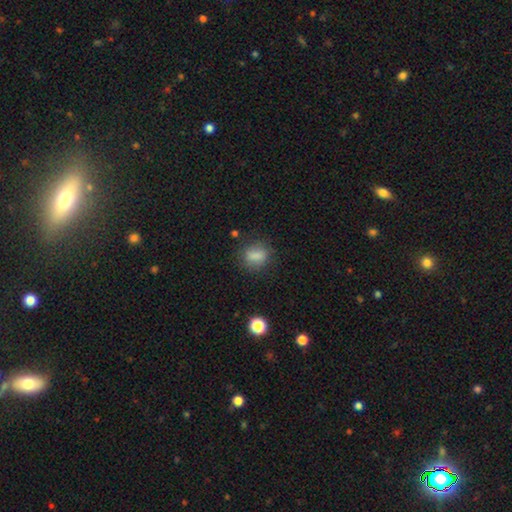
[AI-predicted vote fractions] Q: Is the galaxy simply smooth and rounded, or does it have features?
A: smooth — 80%.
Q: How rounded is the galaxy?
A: in between — 55%.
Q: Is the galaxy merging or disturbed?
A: none — 75%.